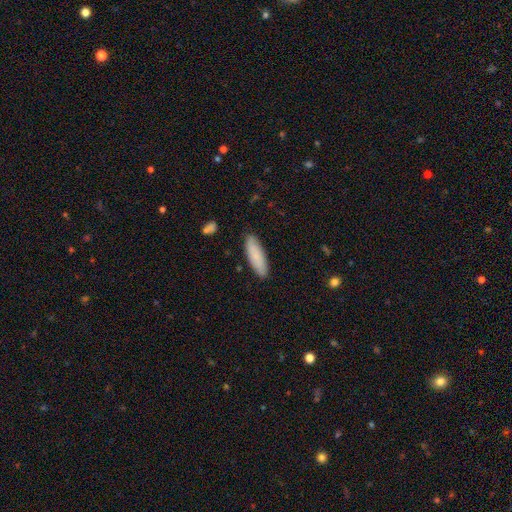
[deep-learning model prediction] Smooth or featured?
  - smooth: 82% *
  - featured or disk: 12%
  - star or artifact: 6%
How rounded?
  - in between: 51% *
  - cigar-shaped: 48%
  - round: 2%
Merging?
  - none: 87% *
  - minor disturbance: 10%
  - major disturbance: 2%
  - merger: 1%